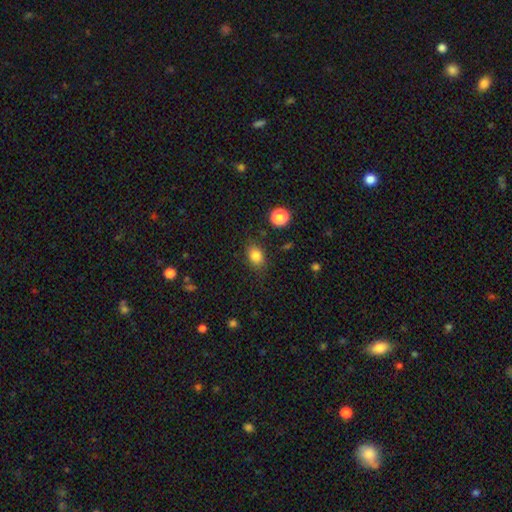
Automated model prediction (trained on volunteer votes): Q: Smooth or featured?
A: smooth (83%); runner-up: star or artifact (11%)
Q: How rounded?
A: in between (65%); runner-up: round (33%)
Q: Merging?
A: none (80%); runner-up: minor disturbance (14%)